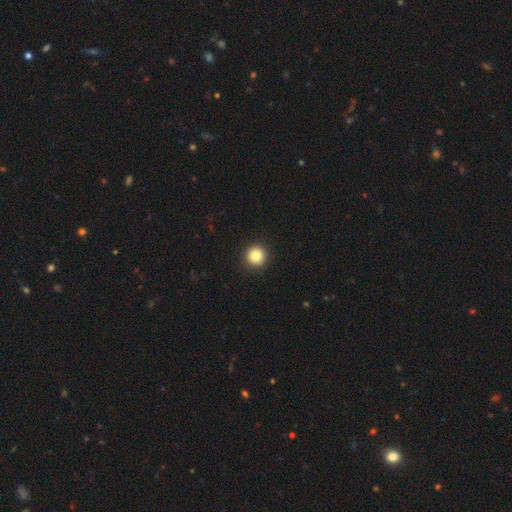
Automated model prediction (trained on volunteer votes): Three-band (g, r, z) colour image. It shows a smooth galaxy with no disk features (85%) that is round (95%). Merging: none (93%).